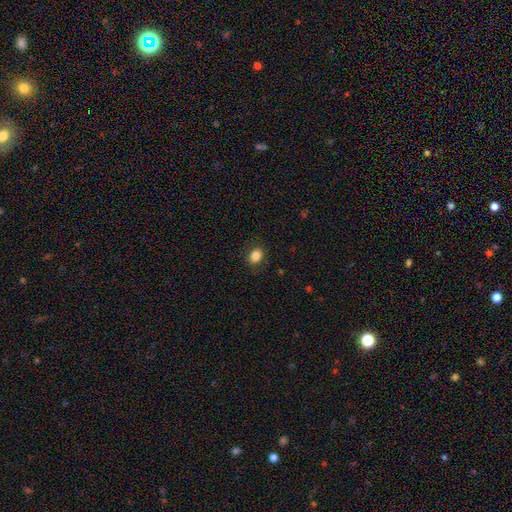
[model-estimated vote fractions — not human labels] The model was most divided on "how rounded": in between: 52%, round: 47%, cigar-shaped: 1%. More confident: merging — none (84%); smooth or featured — smooth (84%).